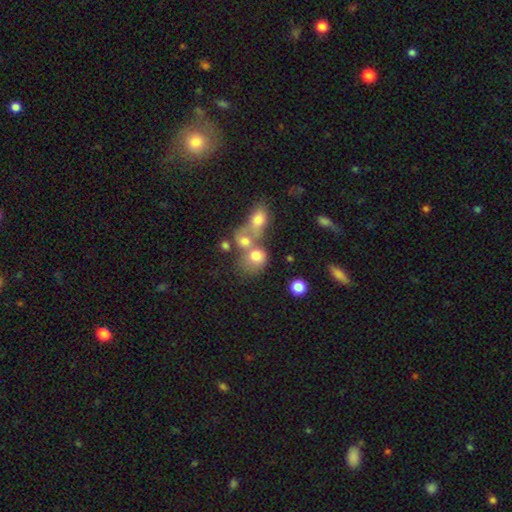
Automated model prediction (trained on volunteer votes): Smooth or featured?
  - smooth: 69% *
  - featured or disk: 18%
  - star or artifact: 12%
How rounded?
  - round: 56% *
  - in between: 42%
  - cigar-shaped: 1%
Merging?
  - merger: 60% *
  - none: 23%
  - major disturbance: 9%
  - minor disturbance: 8%